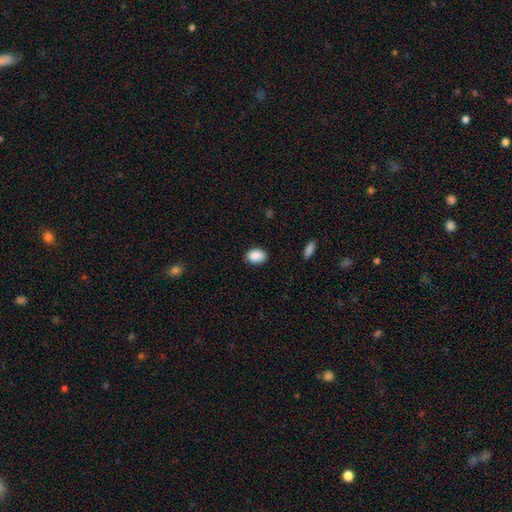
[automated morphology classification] type=smooth (90%); roundness=in between (81%); merging=none (86%).